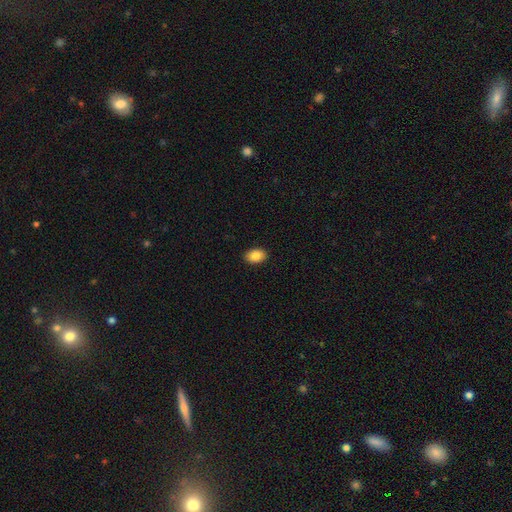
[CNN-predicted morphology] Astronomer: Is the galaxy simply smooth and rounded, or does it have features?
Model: smooth — 86%.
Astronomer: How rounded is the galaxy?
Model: in between — 83%.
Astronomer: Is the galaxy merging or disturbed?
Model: none — 91%.